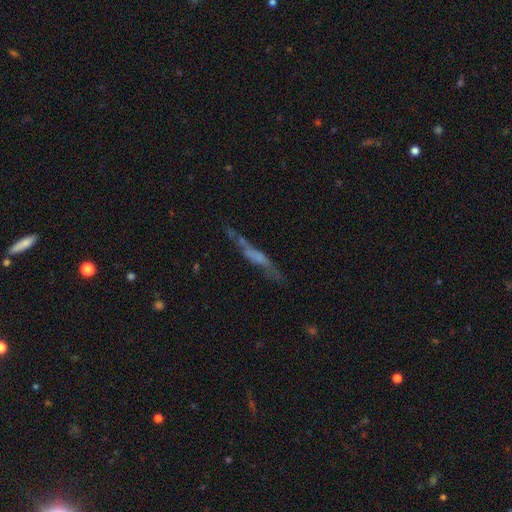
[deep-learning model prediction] This appears to be a featured or disk galaxy (54%) viewed edge-on (74%). Merging: none (57%).